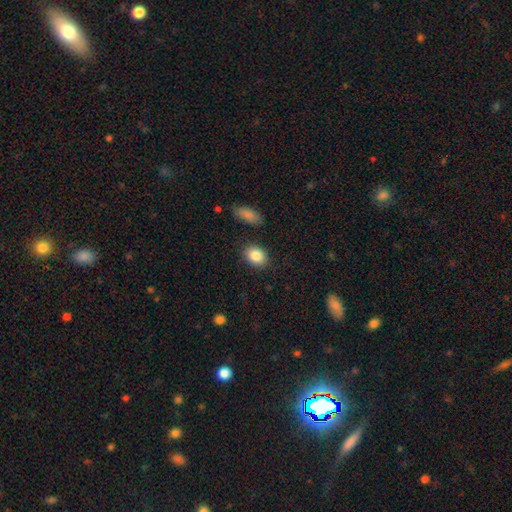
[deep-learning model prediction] This appears to be a smooth galaxy with no disk features (87%) that is in between round and cigar-shaped (62%). Merging: none (84%).